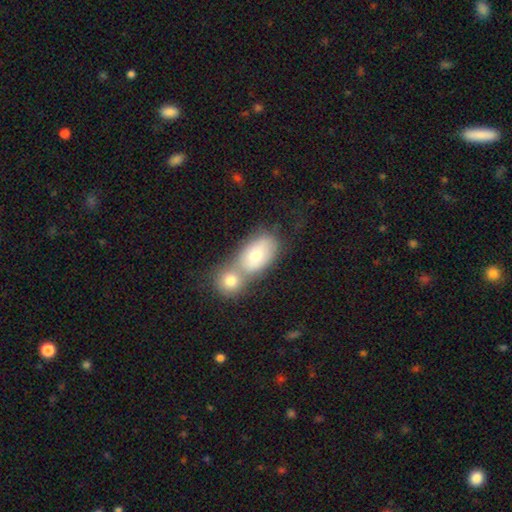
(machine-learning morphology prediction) A smooth galaxy with no disk features (69%) that is in between round and cigar-shaped (82%).

Vote fractions:
- Smooth or featured? smooth: 69% / featured or disk: 23% / star or artifact: 8%
- How rounded? in between: 82% / round: 15% / cigar-shaped: 3%
- Merging? merger: 62% / none: 26% / minor disturbance: 8% / major disturbance: 4%